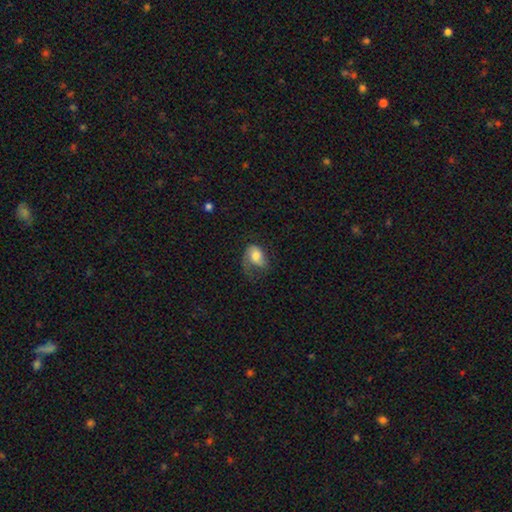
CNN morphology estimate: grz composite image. It shows a smooth galaxy with no disk features (61%) that is in between round and cigar-shaped (78%). Merging: major disturbance (43%).